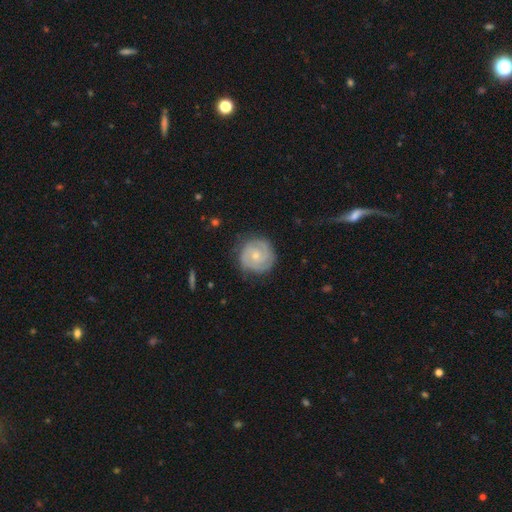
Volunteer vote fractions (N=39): Smooth or featured? featured or disk (82%)
Edge-on disk? no (94%)
Bar? no (80%)
Spiral arms? yes (97%)
Spiral winding? tight (72%)
Spiral arm count? 2 (48%)
Bulge size? small (73%)
Merging? none (83%)